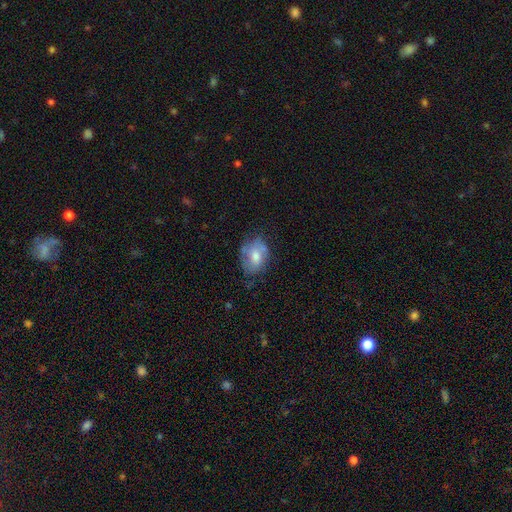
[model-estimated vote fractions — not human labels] Q: Smooth or featured?
A: smooth (52%); runner-up: featured or disk (40%)
Q: How rounded?
A: in between (68%); runner-up: round (31%)
Q: Merging?
A: none (58%); runner-up: minor disturbance (28%)